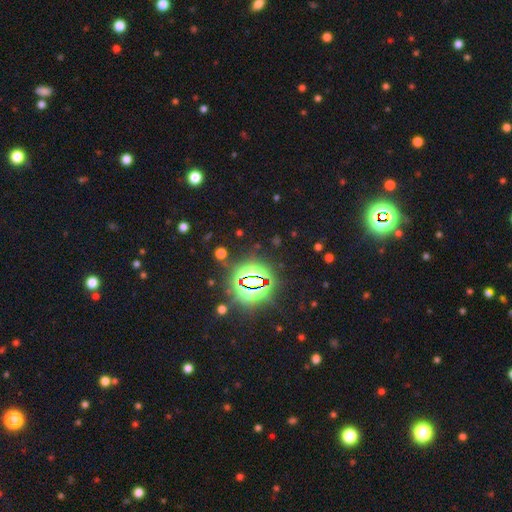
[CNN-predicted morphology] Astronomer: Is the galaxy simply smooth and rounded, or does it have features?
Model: star or artifact — 85%.